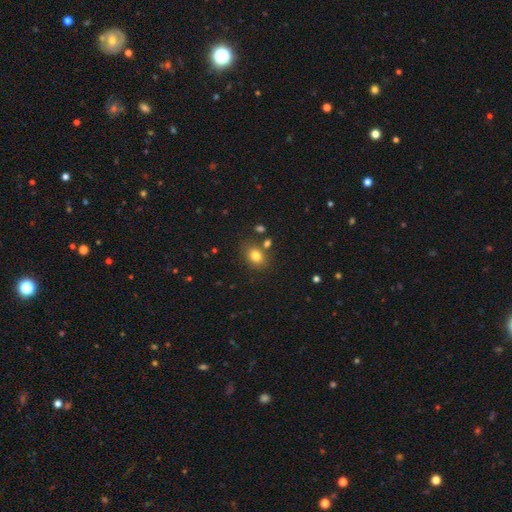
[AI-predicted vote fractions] smooth 81%, star or artifact 11%, featured or disk 8%. Down the decision tree: how rounded — in between (60%); merging — none (75%).